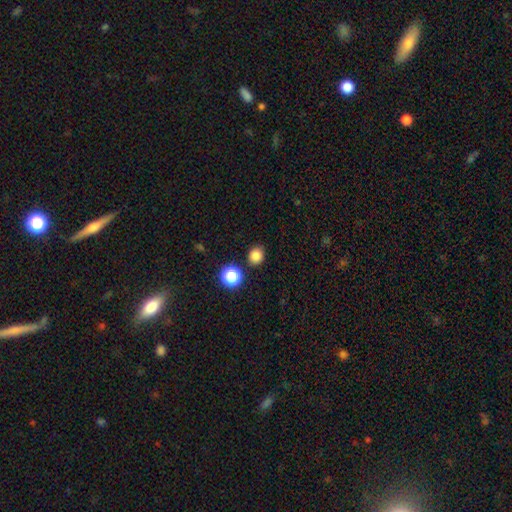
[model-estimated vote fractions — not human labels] The model was most divided on "how rounded": round: 76%, in between: 23%, cigar-shaped: 1%. More confident: merging — none (85%); smooth or featured — smooth (82%).